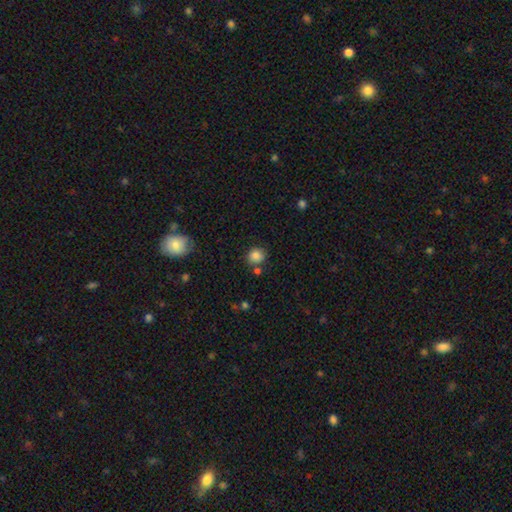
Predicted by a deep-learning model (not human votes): smooth 84%, star or artifact 10%, featured or disk 5%. Down the decision tree: how rounded — round (83%); merging — none (74%).